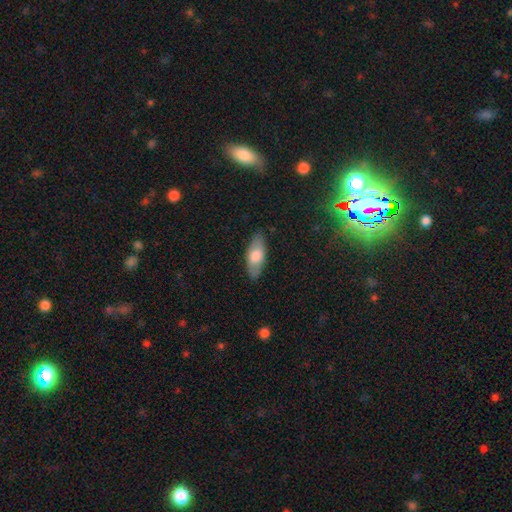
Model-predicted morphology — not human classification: type=smooth (72%); roundness=in between (81%); merging=none (84%).